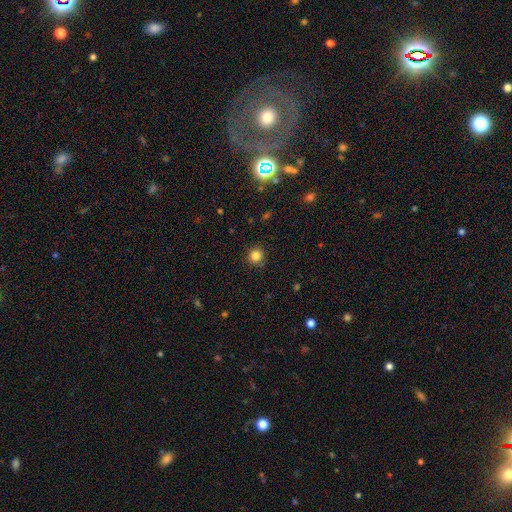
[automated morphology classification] This is clearly a smooth galaxy (83%). How rounded: clearly round (94%). Merging: clearly none (89%).